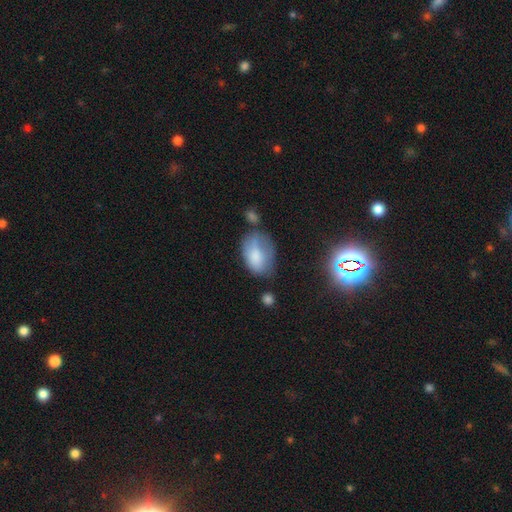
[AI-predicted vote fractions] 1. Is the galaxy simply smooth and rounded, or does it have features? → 74% smooth, 17% featured or disk, 9% star or artifact.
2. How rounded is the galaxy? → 87% in between, 11% round, 2% cigar-shaped.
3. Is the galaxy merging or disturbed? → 36% none, 33% minor disturbance, 20% major disturbance, 10% merger.